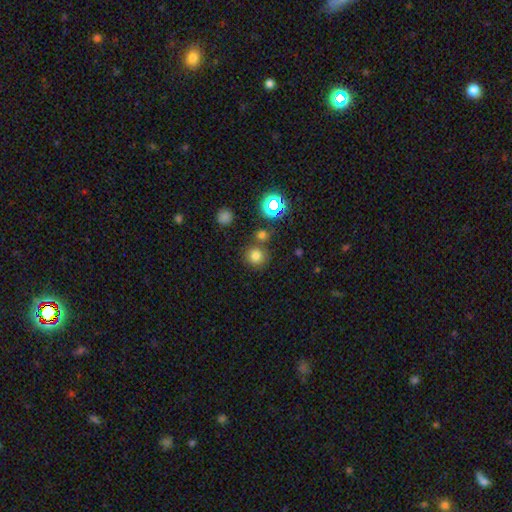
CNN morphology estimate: Smooth or featured? Predicted: smooth (p=0.73). How rounded? Predicted: round (p=0.91). Merging? Predicted: none (p=0.73).